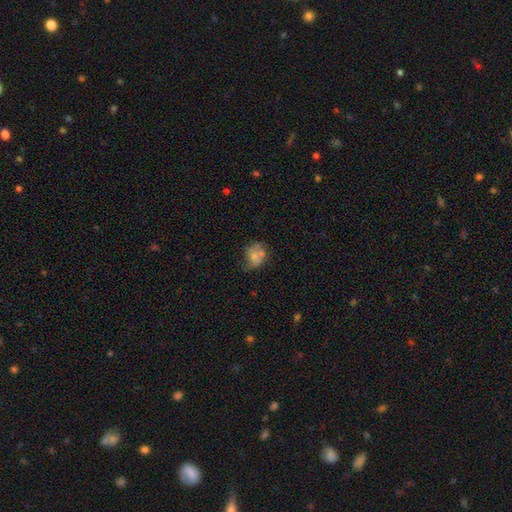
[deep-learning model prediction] This is possibly a smooth galaxy (54%). How rounded: possibly in between (53%). Merging: marginally none (38%).